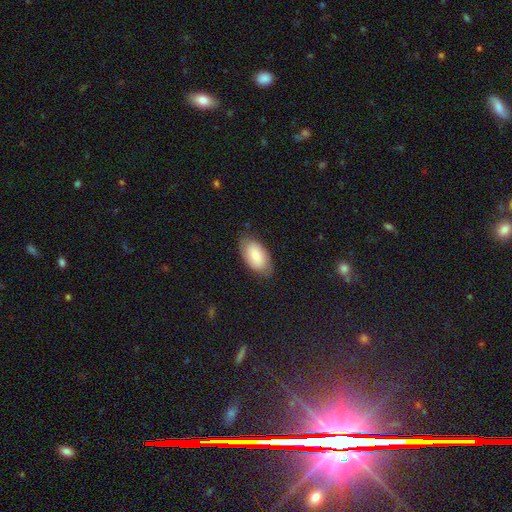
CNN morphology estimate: Overall: smooth (77%). How rounded: in between (95%). Merging: none (78%).